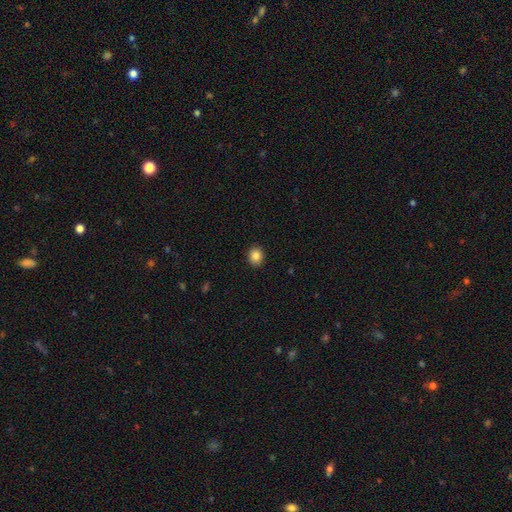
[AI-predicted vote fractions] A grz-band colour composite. It shows a smooth galaxy with no disk features (86%) that is round (67%). Merging: none (91%).